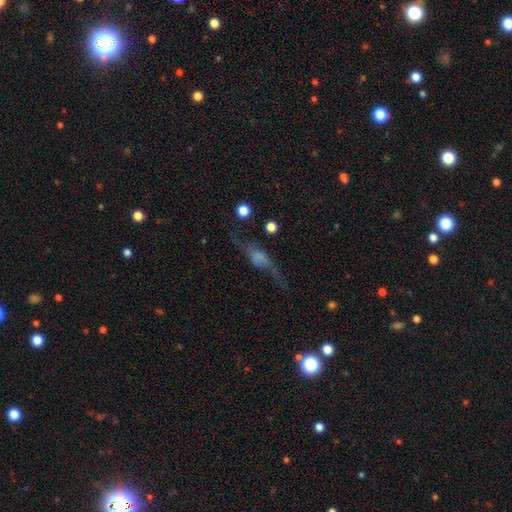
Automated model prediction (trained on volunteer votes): This is likely a featured or disk galaxy (61%). It is possibly not viewed edge-on (52%). Merging: possibly none (54%).